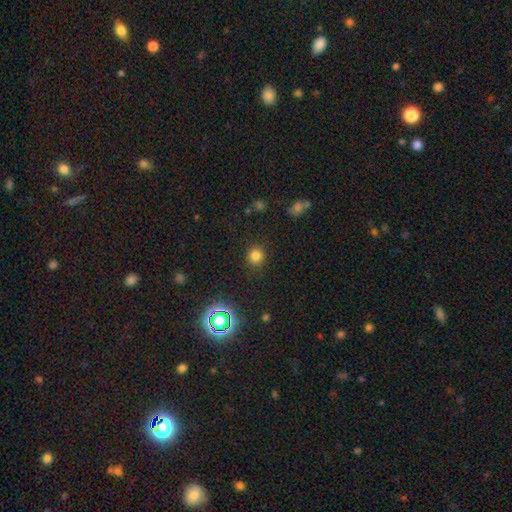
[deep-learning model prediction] Smooth or featured? Predicted: smooth (p=0.79). How rounded? Predicted: round (p=0.91). Merging? Predicted: none (p=0.89).